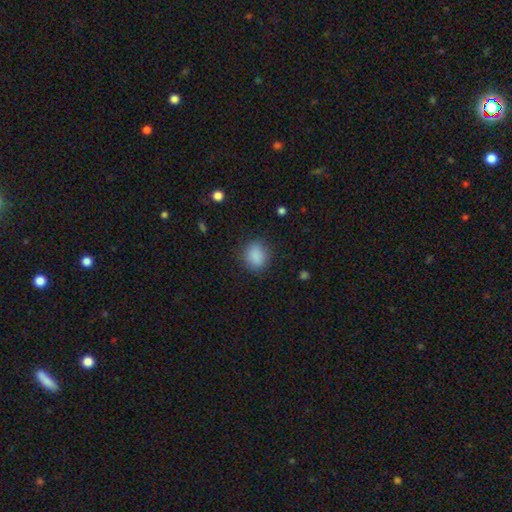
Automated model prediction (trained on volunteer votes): Smooth or featured?
  - smooth: 88% *
  - star or artifact: 9%
  - featured or disk: 4%
How rounded?
  - round: 69% *
  - in between: 30%
  - cigar-shaped: 1%
Merging?
  - none: 84% *
  - minor disturbance: 11%
  - major disturbance: 4%
  - merger: 1%